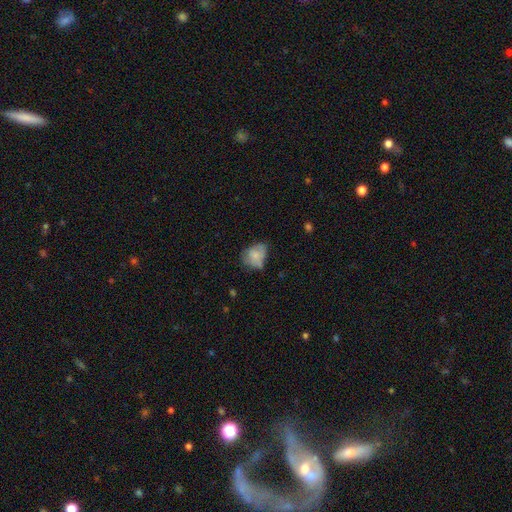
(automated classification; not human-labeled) Smooth or featured?
  - smooth: 70% *
  - featured or disk: 20%
  - star or artifact: 9%
How rounded?
  - in between: 59% *
  - round: 40%
  - cigar-shaped: 1%
Merging?
  - none: 40% *
  - minor disturbance: 38%
  - major disturbance: 18%
  - merger: 5%